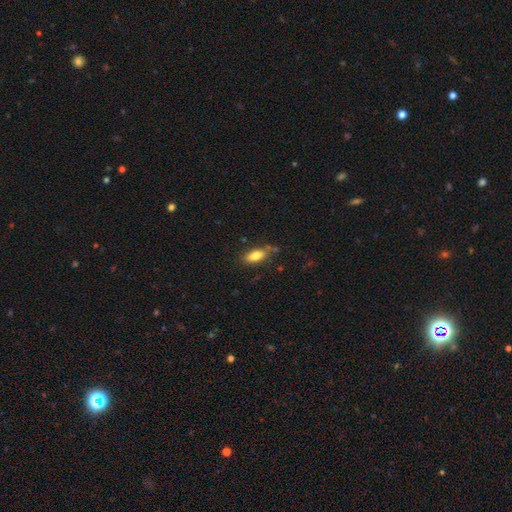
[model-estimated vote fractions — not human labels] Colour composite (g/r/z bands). It shows a smooth galaxy with no disk features (80%) that is in between round and cigar-shaped (82%). Merging: none (72%).